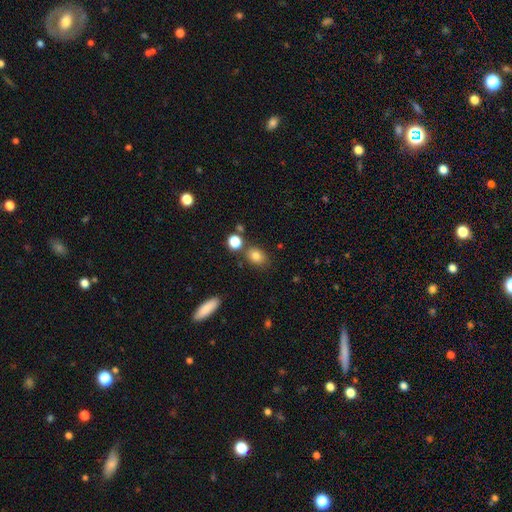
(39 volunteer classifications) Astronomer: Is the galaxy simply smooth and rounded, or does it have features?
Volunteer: smooth — 85%.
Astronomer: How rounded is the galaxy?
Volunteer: in between — 64%.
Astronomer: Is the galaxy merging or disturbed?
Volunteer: none — 61%.